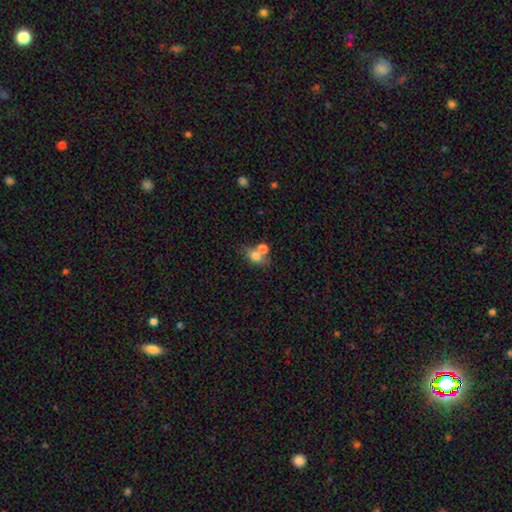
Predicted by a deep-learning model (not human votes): The model was most divided on "merging": merger: 42%, none: 41%, minor disturbance: 12%, major disturbance: 5%. More confident: smooth or featured — smooth (74%); how rounded — in between (70%).